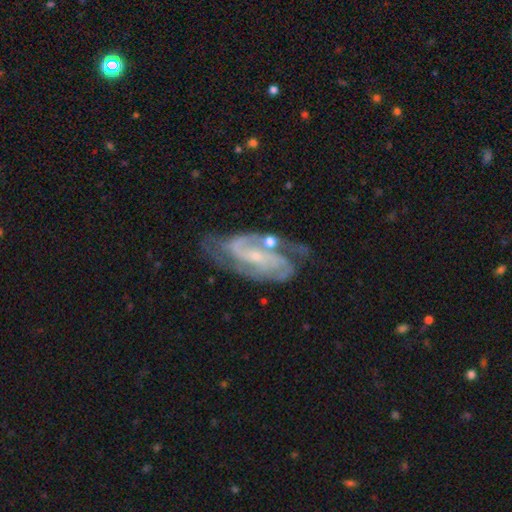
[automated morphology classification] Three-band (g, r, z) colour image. It shows a featured or disk galaxy (88%) with a weak bar (41%), 2 (73%) medium (49%) spiral arms (97%) and a small central bulge (71%). Merging: none (63%).